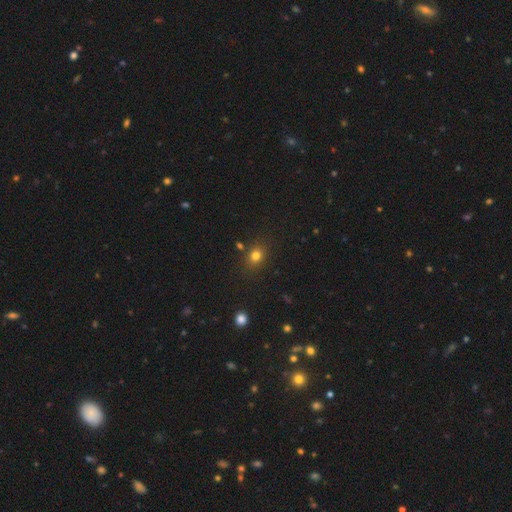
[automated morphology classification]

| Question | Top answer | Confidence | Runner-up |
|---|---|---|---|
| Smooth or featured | smooth | 78% | star or artifact (15%) |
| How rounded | round | 57% | in between (42%) |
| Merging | none | 81% | minor disturbance (11%) |